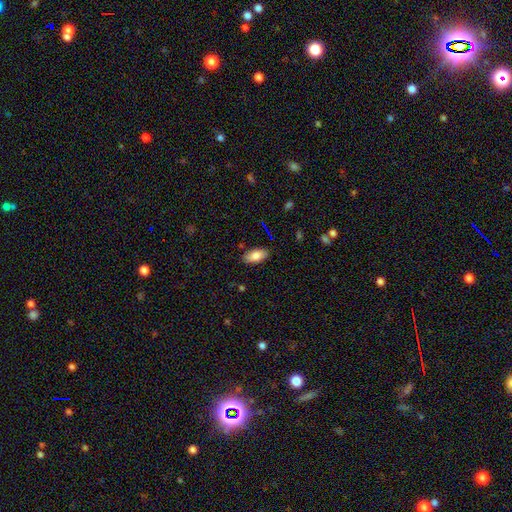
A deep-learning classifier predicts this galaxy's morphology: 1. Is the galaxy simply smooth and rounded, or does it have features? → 83% smooth, 10% featured or disk, 7% star or artifact.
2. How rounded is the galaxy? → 90% in between, 7% cigar-shaped, 2% round.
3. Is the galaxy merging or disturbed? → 85% none, 11% minor disturbance, 2% major disturbance, 2% merger.